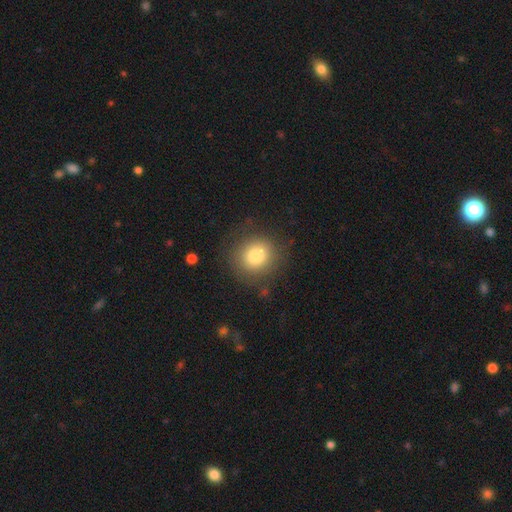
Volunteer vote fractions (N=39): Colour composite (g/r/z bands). It shows a smooth galaxy with no disk features (72%) that is round (93%). Merging: none (69%).